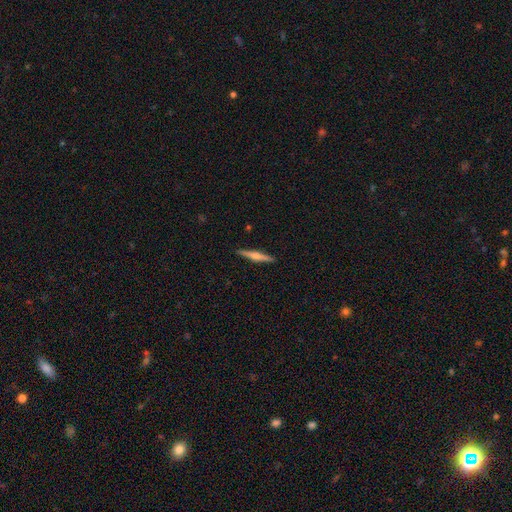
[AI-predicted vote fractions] smooth_or_featured: featured or disk (p=0.66) [alt: smooth p=0.28]
disk_edge_on: yes (p=0.98) [alt: no p=0.02]
edge_on_bulge: rounded (p=0.89) [alt: boxy p=0.06]
merging: none (p=0.91) [alt: minor disturbance p=0.06]